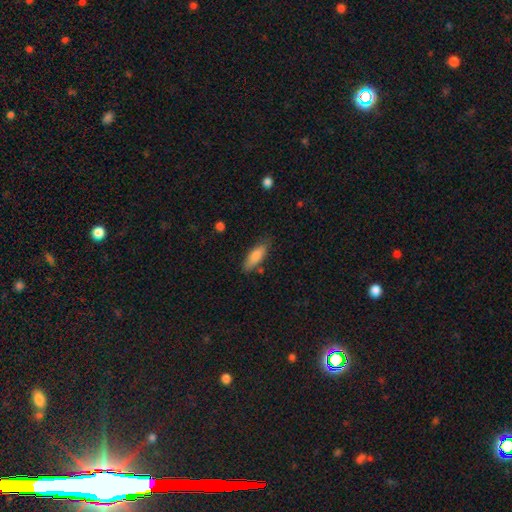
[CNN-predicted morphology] smooth 80%, featured or disk 13%, star or artifact 6%. Down the decision tree: how rounded — in between (60%); merging — none (77%).